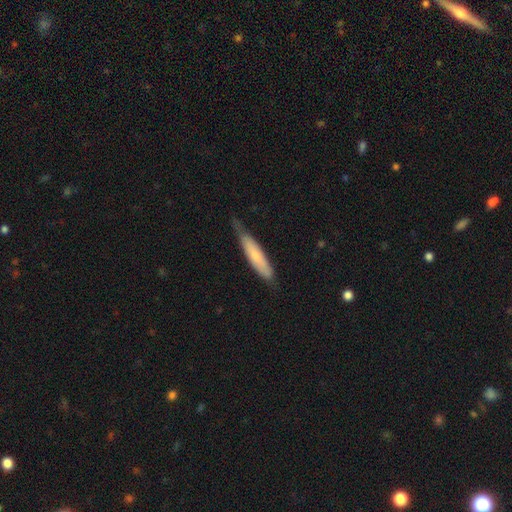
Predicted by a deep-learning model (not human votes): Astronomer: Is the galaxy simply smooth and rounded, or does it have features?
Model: smooth — 60%.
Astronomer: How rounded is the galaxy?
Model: cigar-shaped — 80%.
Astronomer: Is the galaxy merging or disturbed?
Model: none — 58%.